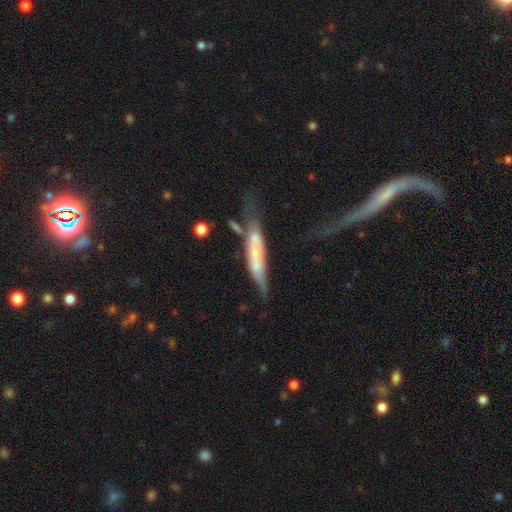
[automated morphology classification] smooth-or-featured: featured or disk: 61% | smooth: 32% | star or artifact: 7%
  disk-edge-on: yes: 53% | no: 47%
  merging: none: 27% (tied) | merger: 27% (tied) | major disturbance: 26% | minor disturbance: 20%